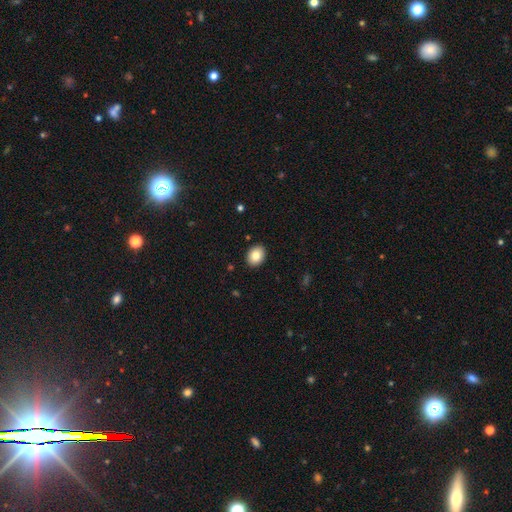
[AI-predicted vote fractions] Smooth or featured? Predicted: smooth (p=0.84). How rounded? Predicted: in between (p=0.60). Merging? Predicted: none (p=0.91).